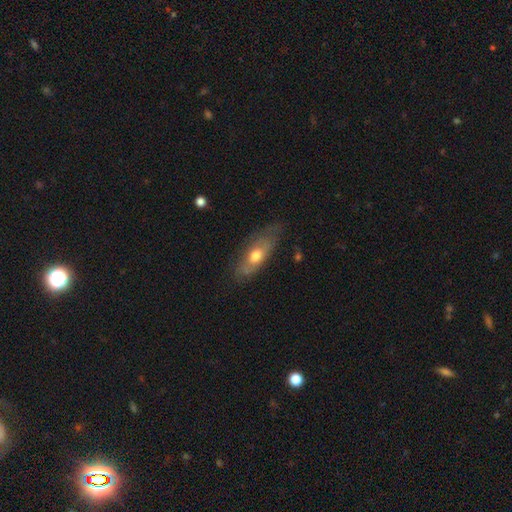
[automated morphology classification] type=smooth (52%); roundness=in between (71%); merging=none (61%).